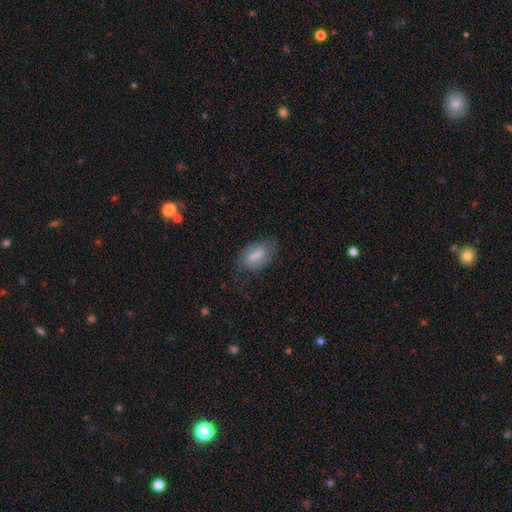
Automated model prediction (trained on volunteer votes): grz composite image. It shows a smooth galaxy with no disk features (66%) that is in between round and cigar-shaped (87%). Merging: none (59%).